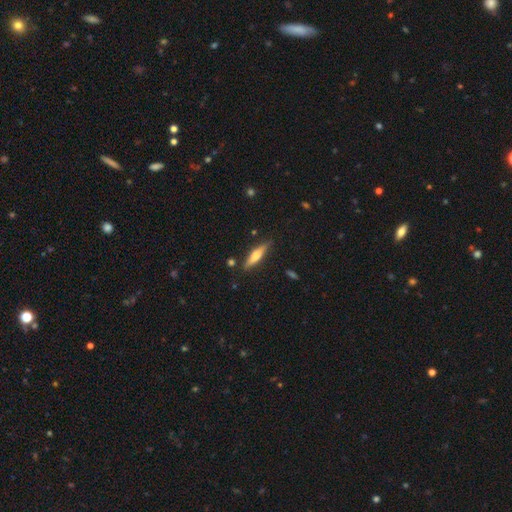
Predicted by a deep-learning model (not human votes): Morphology: type=smooth (53%); roundness=cigar-shaped (77%); merging=none (85%).